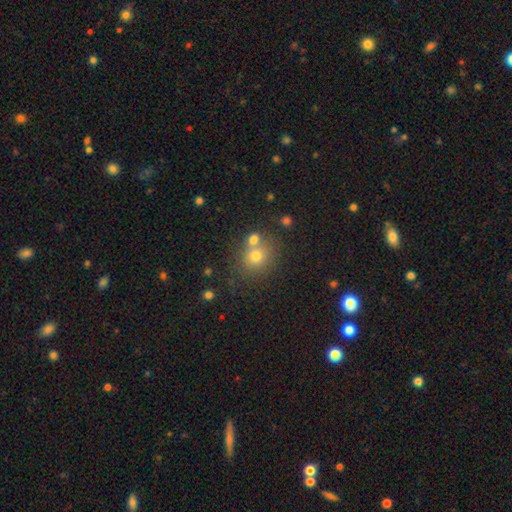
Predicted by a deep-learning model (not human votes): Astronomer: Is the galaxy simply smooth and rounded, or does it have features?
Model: smooth — 72%.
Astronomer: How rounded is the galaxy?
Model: round — 77%.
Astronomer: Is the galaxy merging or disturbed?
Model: none — 59%.